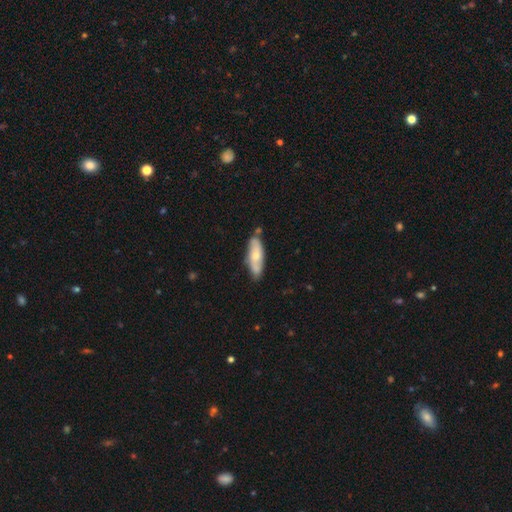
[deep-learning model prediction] Overall: smooth (51%; featured or disk 43%). How rounded: in between (58%; cigar-shaped 40%). Merging: none (72%).